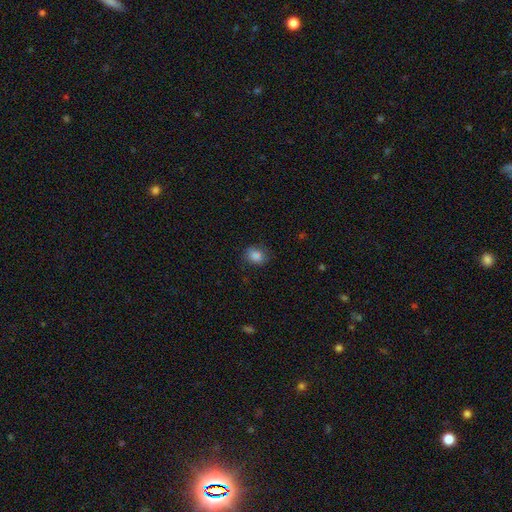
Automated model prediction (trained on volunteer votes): smooth-or-featured: smooth: 85% | star or artifact: 10% | featured or disk: 4%
  how-rounded: in between: 53% | round: 46% | cigar-shaped: 1%
  merging: none: 81% | minor disturbance: 14% | major disturbance: 3% | merger: 1%